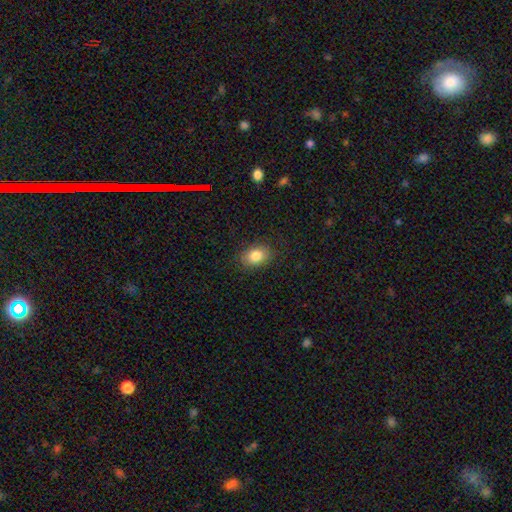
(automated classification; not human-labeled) Overall: smooth (83%). How rounded: in between (74%). Merging: none (85%).